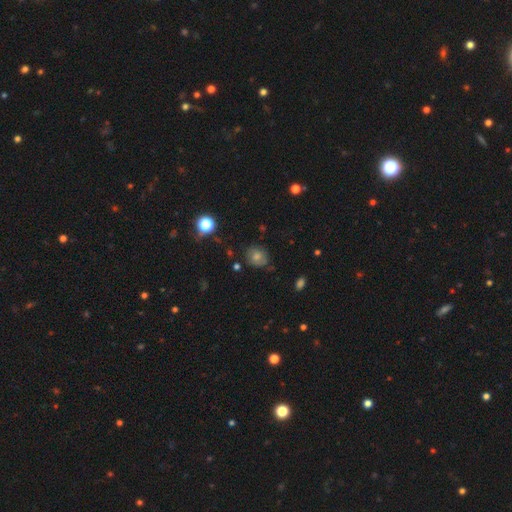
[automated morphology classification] smooth-or-featured: smooth: 57% | star or artifact: 23% | featured or disk: 20%
  how-rounded: round: 73% | in between: 26% | cigar-shaped: 1%
  merging: none: 75% | minor disturbance: 18% | major disturbance: 5% | merger: 2%